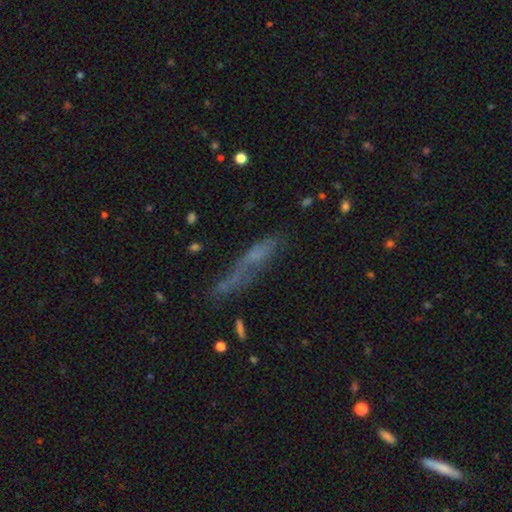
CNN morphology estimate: The model was most divided on "smooth or featured": smooth: 50%, featured or disk: 33%, star or artifact: 17%. Remaining: how rounded — cigar-shaped (78%); merging — none (42%).